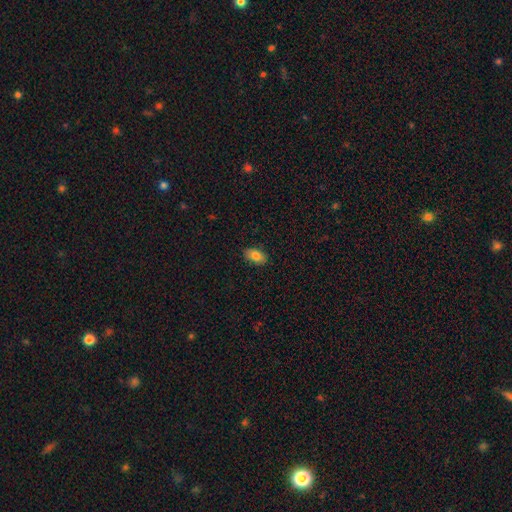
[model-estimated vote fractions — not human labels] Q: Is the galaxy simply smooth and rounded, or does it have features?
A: smooth — 81%.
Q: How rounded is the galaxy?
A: in between — 90%.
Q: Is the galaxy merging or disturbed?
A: none — 87%.